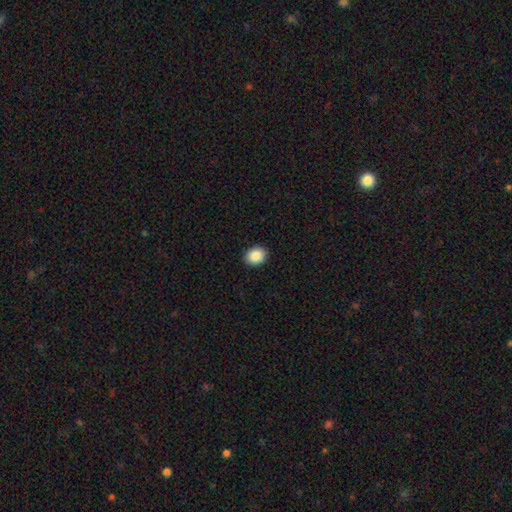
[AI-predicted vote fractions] Smooth or featured?
  - smooth: 89% *
  - star or artifact: 8%
  - featured or disk: 3%
How rounded?
  - round: 55% *
  - in between: 45%
  - cigar-shaped: 1%
Merging?
  - none: 91% *
  - minor disturbance: 6%
  - major disturbance: 2%
  - merger: 1%